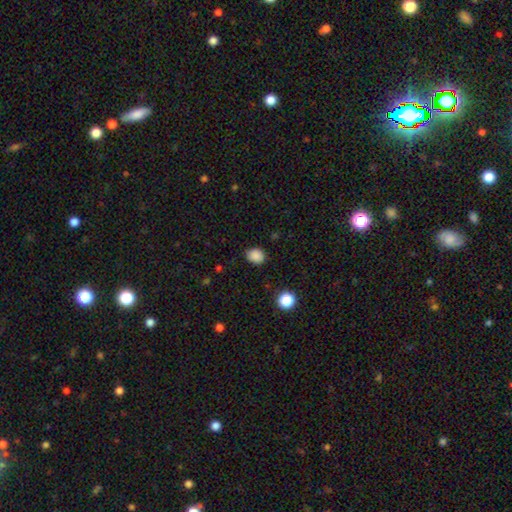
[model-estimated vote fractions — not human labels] A smooth galaxy with no disk features (87%) that is round (60%). Merging: none (81%).